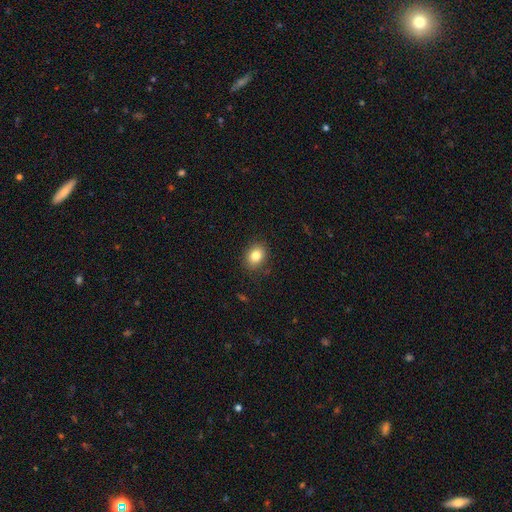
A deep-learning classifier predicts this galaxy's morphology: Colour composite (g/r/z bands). It shows a smooth galaxy with no disk features (83%) that is in between round and cigar-shaped (51%). Merging: none (87%).